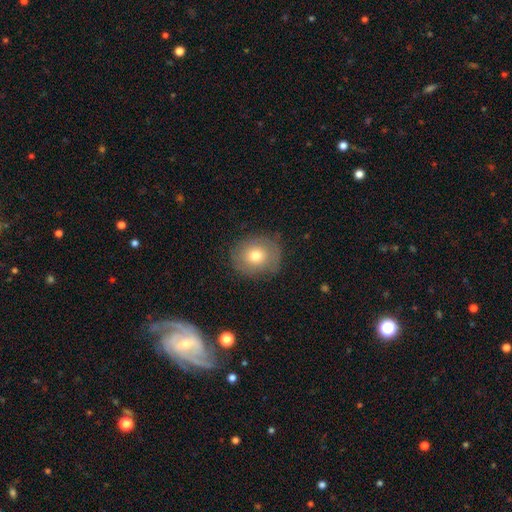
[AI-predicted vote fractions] The model was most divided on "smooth or featured": smooth: 70%, featured or disk: 20%, star or artifact: 10%. More confident: how rounded — round (84%); merging — none (82%).